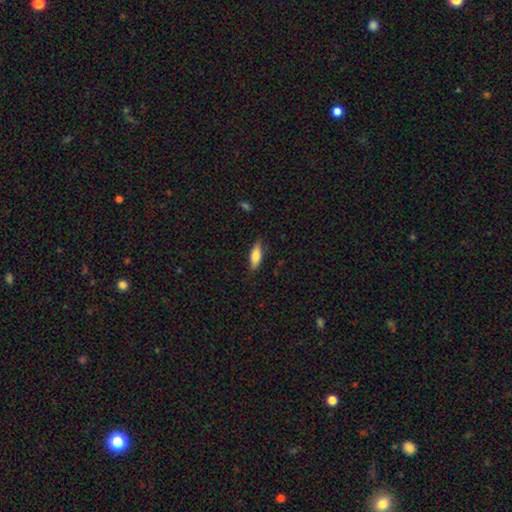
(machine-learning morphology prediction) The model was most divided on "how rounded": in between: 62%, cigar-shaped: 36%, round: 2%. More confident: merging — none (83%); smooth or featured — smooth (73%).